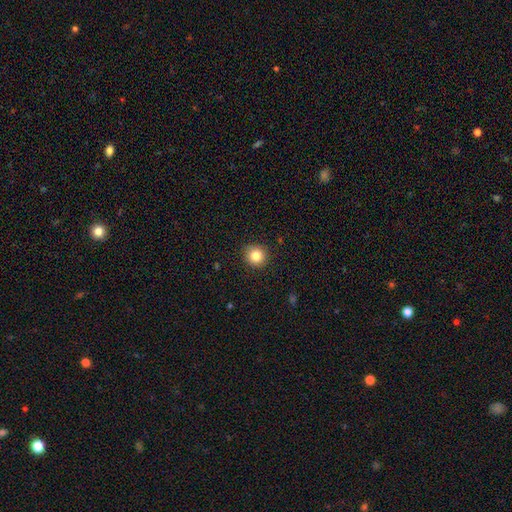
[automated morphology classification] The model was most divided on "smooth or featured": smooth: 84%, star or artifact: 10%, featured or disk: 6%. More confident: how rounded — round (92%); merging — none (90%).